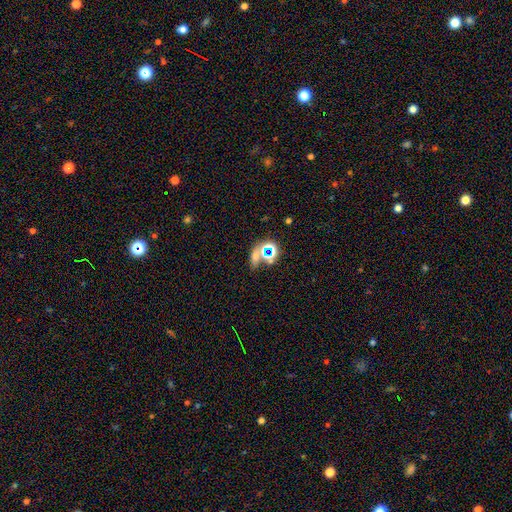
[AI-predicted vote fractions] Q: Smooth or featured?
A: star or artifact (52%); runner-up: smooth (30%)